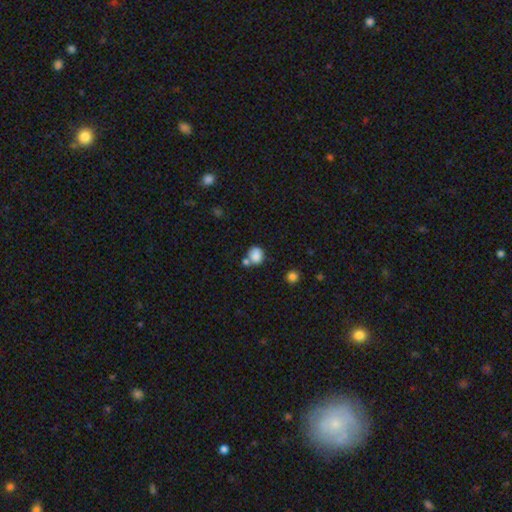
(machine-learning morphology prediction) This appears to be a smooth galaxy with no disk features (83%) that is round (66%). Merging: none (54%).